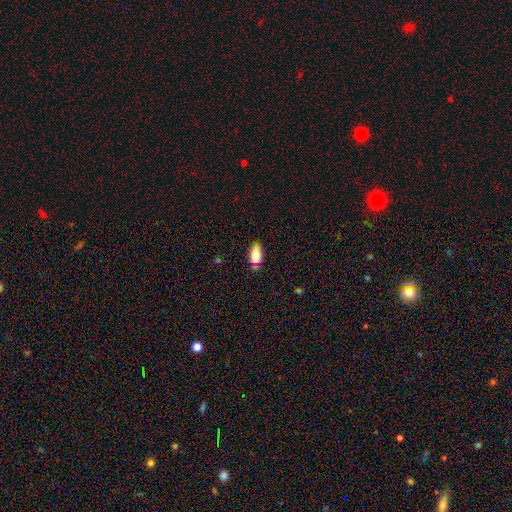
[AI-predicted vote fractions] The model was most divided on "smooth or featured": smooth: 71%, featured or disk: 22%, star or artifact: 7%. More confident: how rounded — in between (87%); merging — none (77%).